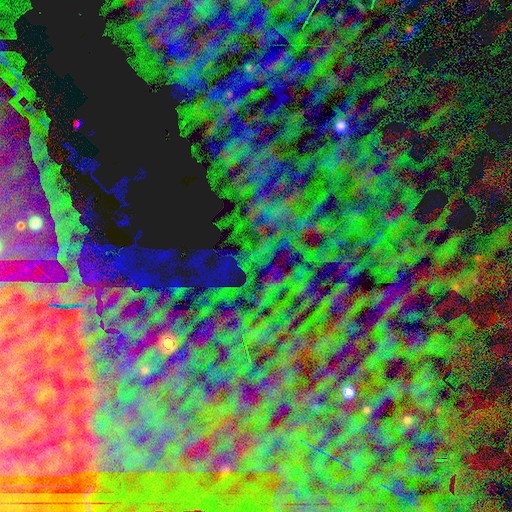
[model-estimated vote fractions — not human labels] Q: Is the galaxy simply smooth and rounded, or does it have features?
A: star or artifact — 81%.